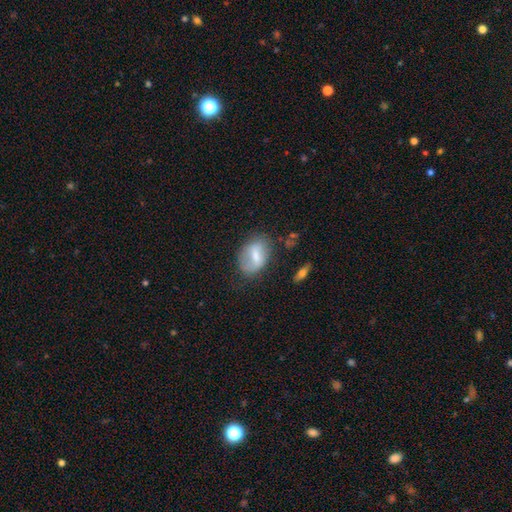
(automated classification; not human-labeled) smooth_or_featured: smooth (p=0.61) [alt: featured or disk p=0.32]
how_rounded: in between (p=0.81) [alt: round p=0.17]
merging: none (p=0.57) [alt: minor disturbance p=0.26]